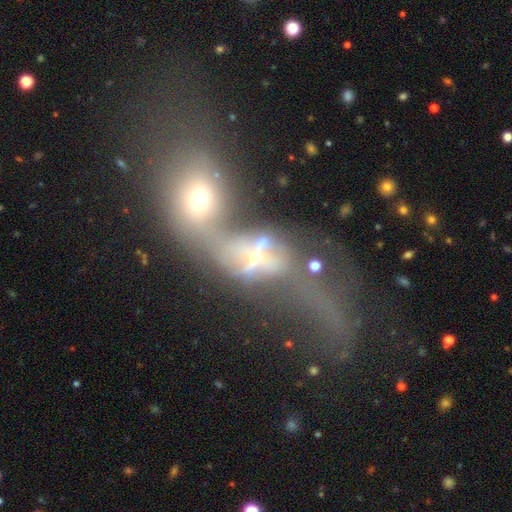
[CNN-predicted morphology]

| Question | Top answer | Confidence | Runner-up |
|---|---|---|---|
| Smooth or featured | featured or disk | 54% | smooth (31%) |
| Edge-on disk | no | 89% | yes (11%) |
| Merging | merger | 75% | major disturbance (15%) |